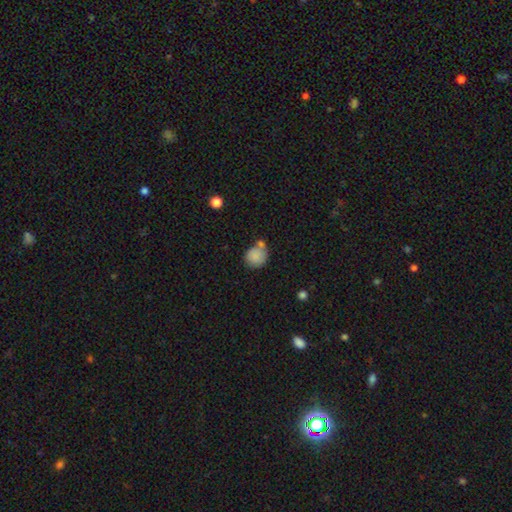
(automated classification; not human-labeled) Overall: smooth (85%). How rounded: round (82%). Merging: none (51%; merger 26%).